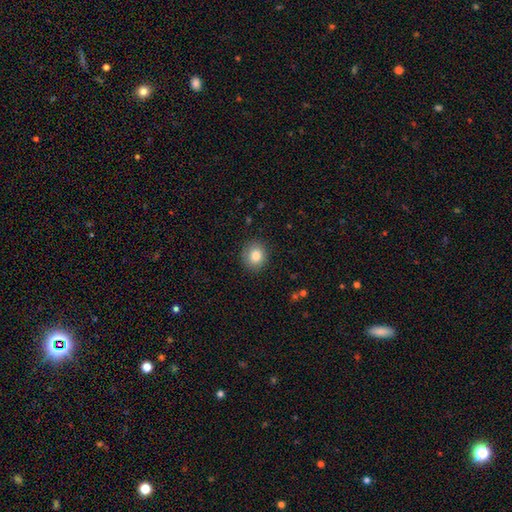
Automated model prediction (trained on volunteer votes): Smooth or featured? smooth (84%)
How rounded? round (83%)
Merging? none (88%)